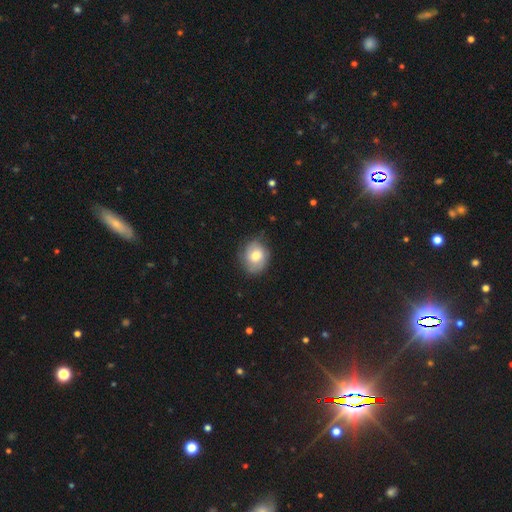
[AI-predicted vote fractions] smooth_or_featured: smooth (p=0.64) [alt: featured or disk p=0.28]
how_rounded: round (p=0.65) [alt: in between p=0.34]
merging: none (p=0.71) [alt: minor disturbance p=0.22]